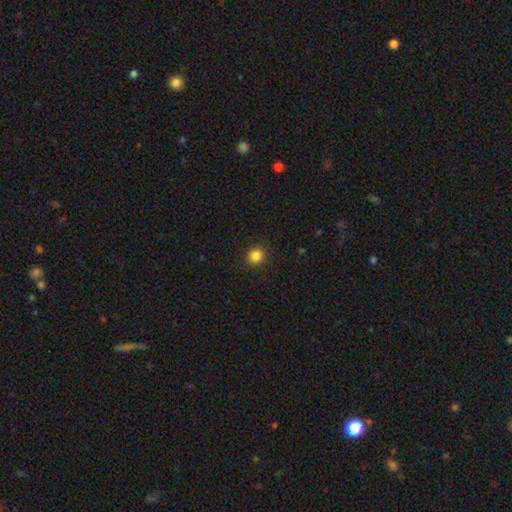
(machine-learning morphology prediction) This is clearly a smooth galaxy (85%). How rounded: clearly round (91%). Merging: clearly none (92%).